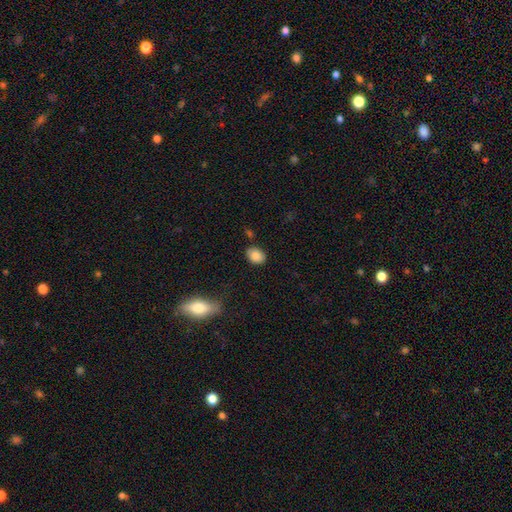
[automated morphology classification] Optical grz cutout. It shows a smooth galaxy with no disk features (85%) that is in between round and cigar-shaped (69%). Merging: none (80%).